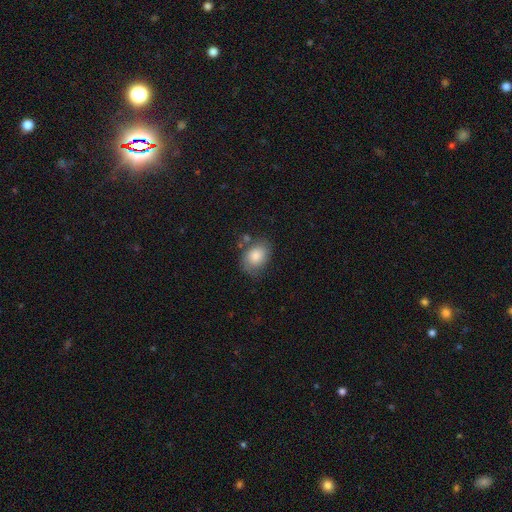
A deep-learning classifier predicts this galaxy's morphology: Smooth or featured? smooth (79%)
How rounded? in between (71%)
Merging? none (65%)